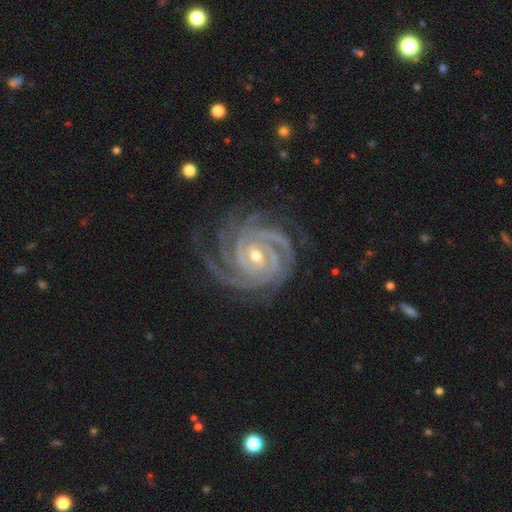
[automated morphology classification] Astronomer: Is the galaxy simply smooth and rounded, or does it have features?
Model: featured or disk — 94%.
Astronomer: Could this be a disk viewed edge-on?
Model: no — 98%.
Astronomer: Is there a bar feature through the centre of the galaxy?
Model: no — 44% (runner-up: weak, 34%).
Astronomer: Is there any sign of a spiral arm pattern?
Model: yes — 99%.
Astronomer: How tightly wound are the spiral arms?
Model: tight — 84%.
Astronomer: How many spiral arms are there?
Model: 4 — 35% (runner-up: 3, 23%).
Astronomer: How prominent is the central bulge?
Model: small — 49% (runner-up: moderate, 48%).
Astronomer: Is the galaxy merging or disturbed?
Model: none — 79%.